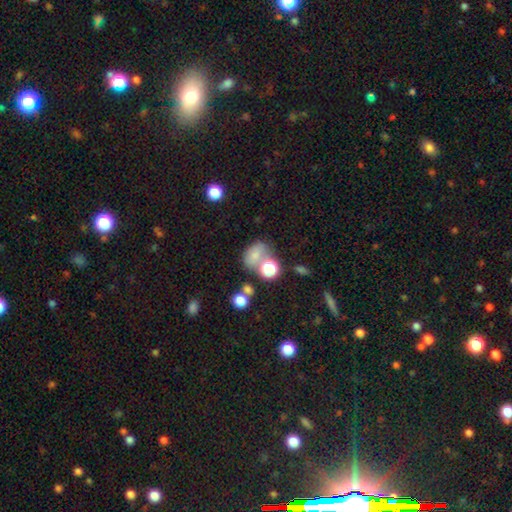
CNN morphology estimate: This is likely a smooth galaxy (69%). How rounded: likely in between (63%). Merging: marginally none (40%).